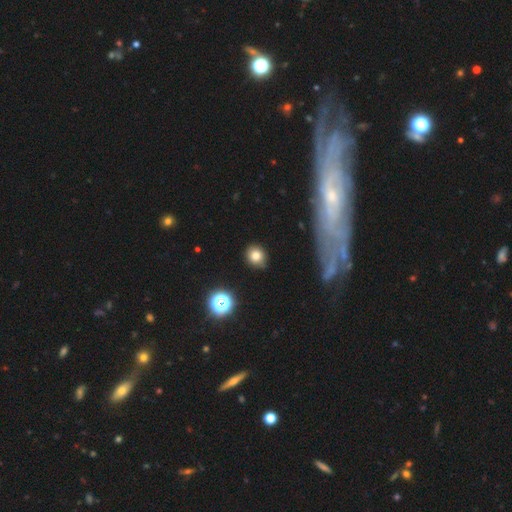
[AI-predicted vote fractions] This appears to be a smooth galaxy with no disk features (79%) that is round (81%). Merging: none (84%).